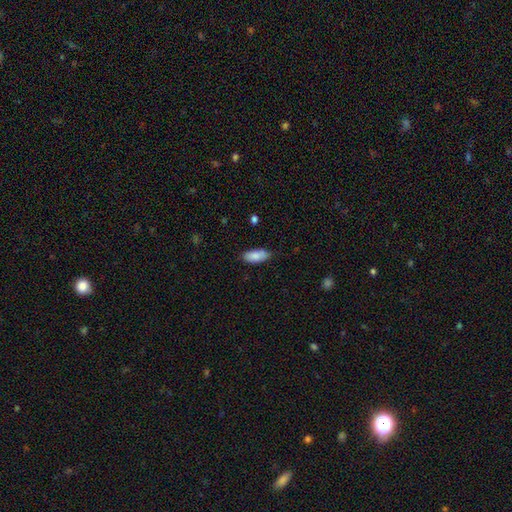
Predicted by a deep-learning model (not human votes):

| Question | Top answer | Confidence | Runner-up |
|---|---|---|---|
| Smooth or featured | smooth | 86% | featured or disk (8%) |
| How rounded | in between | 86% | cigar-shaped (12%) |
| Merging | none | 81% | minor disturbance (15%) |